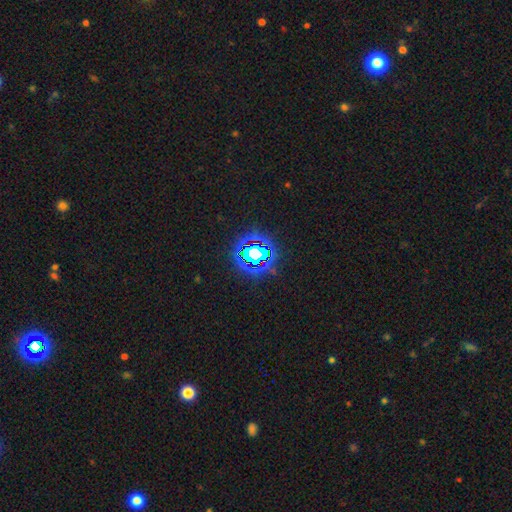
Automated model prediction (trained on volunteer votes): Morphology: type=star or artifact (72%).